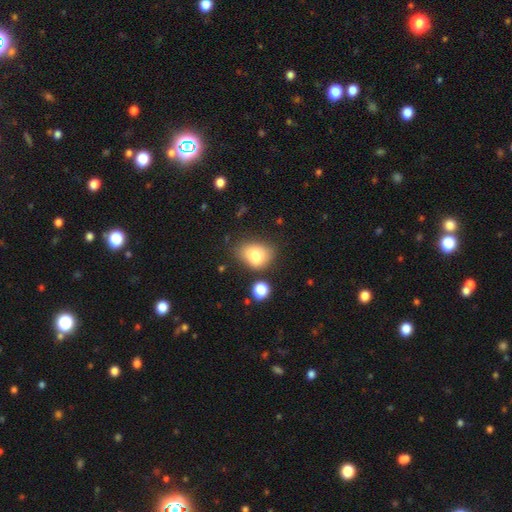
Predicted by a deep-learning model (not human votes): Smooth or featured: smooth — 79% (featured or disk — 12%)
How rounded: in between — 71% (round — 28%)
Merging: none — 52% (minor disturbance — 25%)